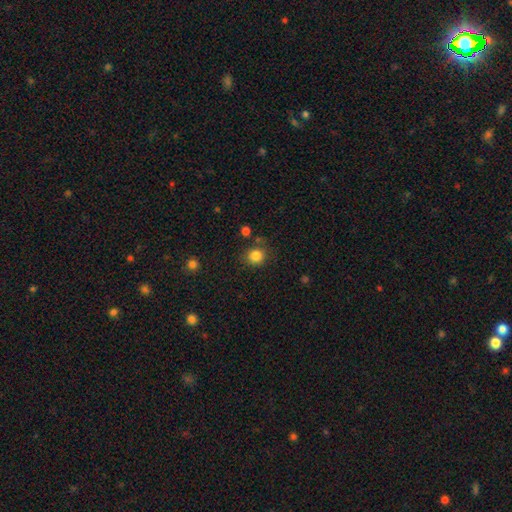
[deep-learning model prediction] smooth_or_featured: smooth (p=0.85) [alt: star or artifact p=0.12]
how_rounded: round (p=0.87) [alt: in between p=0.12]
merging: none (p=0.79) [alt: minor disturbance p=0.11]